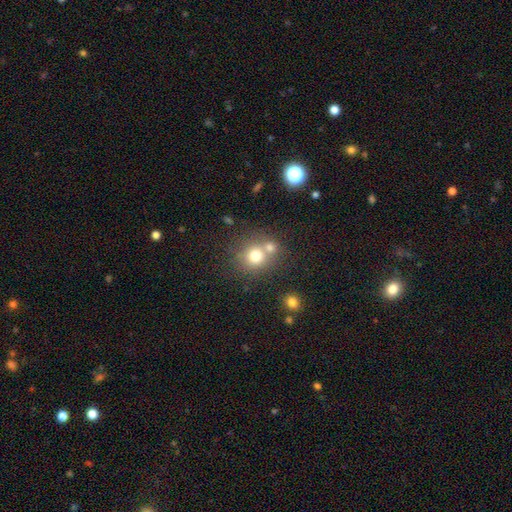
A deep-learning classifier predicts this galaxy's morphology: type=smooth (74%); roundness=round (87%); merging=none (54%).